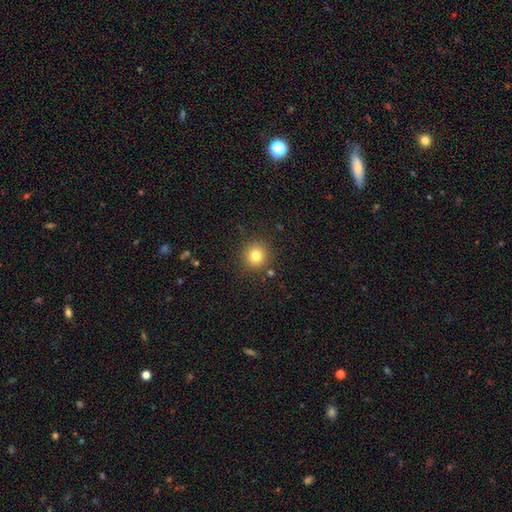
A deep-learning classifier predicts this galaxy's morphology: Smooth or featured? smooth (80%)
How rounded? round (94%)
Merging? none (89%)